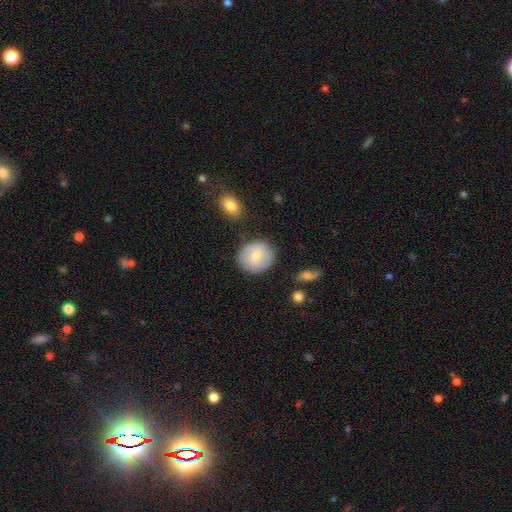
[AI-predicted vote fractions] smooth_or_featured: smooth (p=0.69) [alt: featured or disk p=0.24]
how_rounded: round (p=0.85) [alt: in between p=0.14]
merging: none (p=0.81) [alt: minor disturbance p=0.13]